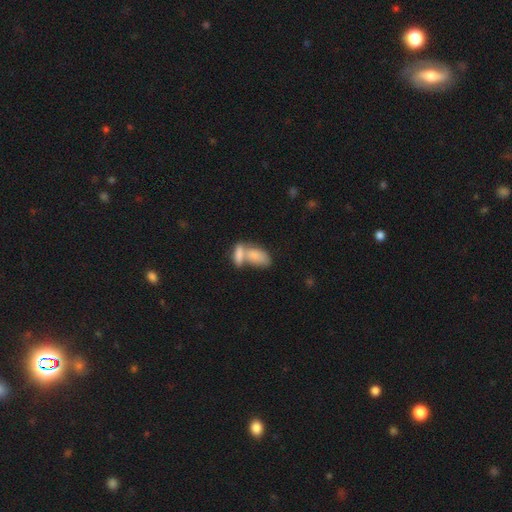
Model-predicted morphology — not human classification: smooth_or_featured: smooth (p=0.80) [alt: featured or disk p=0.13]
how_rounded: in between (p=0.90) [alt: cigar-shaped p=0.06]
merging: merger (p=0.64) [alt: none p=0.23]